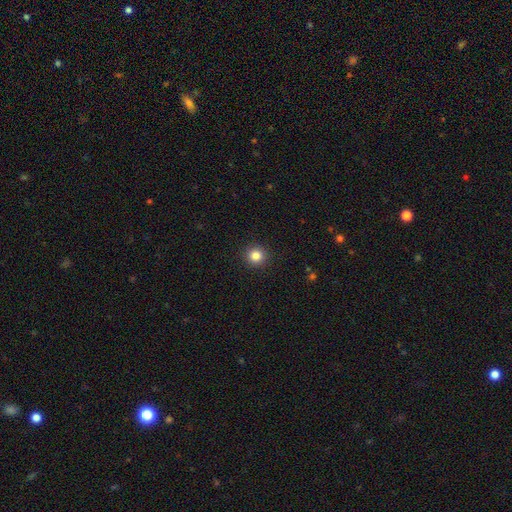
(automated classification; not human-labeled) smooth-or-featured: smooth: 83% | star or artifact: 12% | featured or disk: 5%
  how-rounded: round: 94% | in between: 5% | cigar-shaped: 1%
  merging: none: 93% | minor disturbance: 4% | major disturbance: 2% | merger: 1%